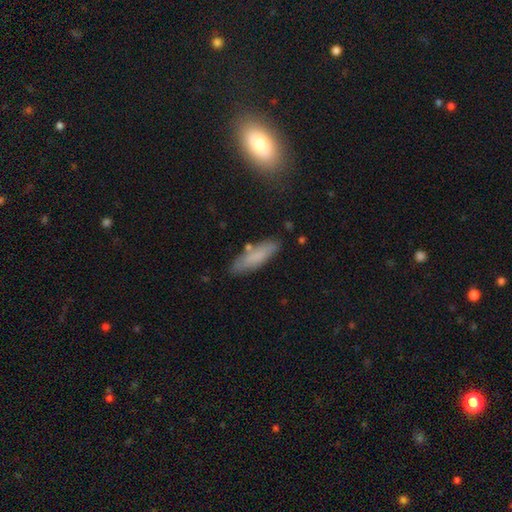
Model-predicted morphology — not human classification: Smooth or featured?
  - smooth: 77% *
  - featured or disk: 16%
  - star or artifact: 7%
How rounded?
  - cigar-shaped: 56% *
  - in between: 42%
  - round: 2%
Merging?
  - none: 79% *
  - minor disturbance: 14%
  - merger: 4%
  - major disturbance: 3%